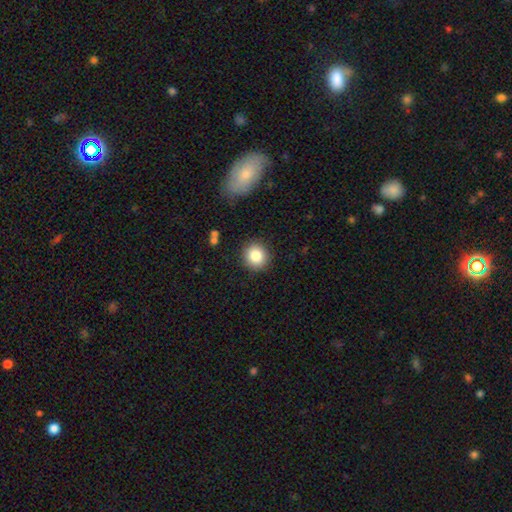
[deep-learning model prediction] Q: Smooth or featured?
A: smooth (84%); runner-up: star or artifact (9%)
Q: How rounded?
A: round (90%); runner-up: in between (9%)
Q: Merging?
A: none (89%); runner-up: minor disturbance (7%)